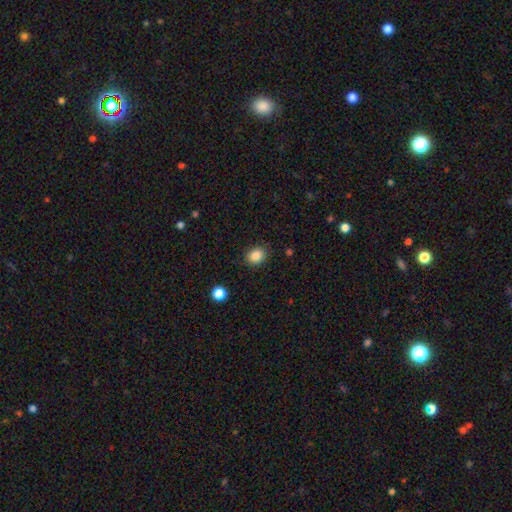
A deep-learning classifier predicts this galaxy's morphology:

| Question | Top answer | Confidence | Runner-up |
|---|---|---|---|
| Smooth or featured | smooth | 85% | star or artifact (10%) |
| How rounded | round | 62% | in between (37%) |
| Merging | none | 85% | minor disturbance (10%) |